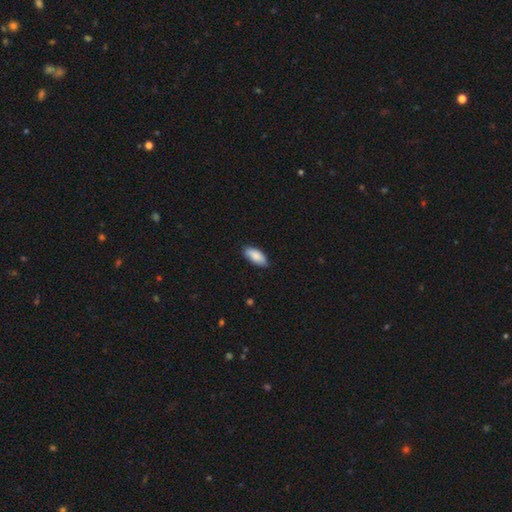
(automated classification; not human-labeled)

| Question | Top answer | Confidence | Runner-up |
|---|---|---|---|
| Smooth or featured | smooth | 85% | featured or disk (9%) |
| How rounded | in between | 89% | cigar-shaped (9%) |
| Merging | none | 80% | minor disturbance (17%) |